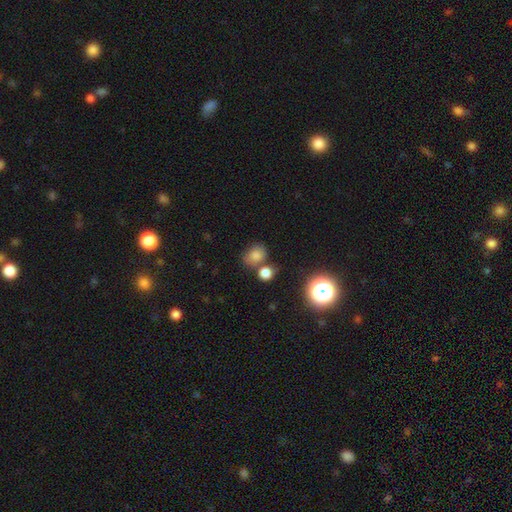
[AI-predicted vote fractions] Overall: smooth (77%). How rounded: round (54%; in between 45%). Merging: none (59%; merger 20%).